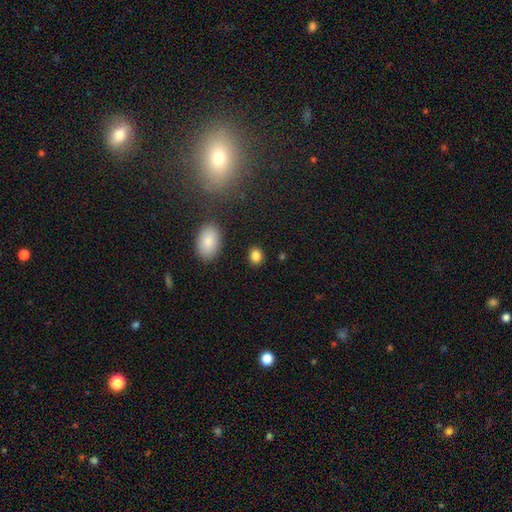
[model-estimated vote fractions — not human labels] This is clearly a smooth galaxy (84%). How rounded: possibly round (54%). Merging: clearly none (86%).